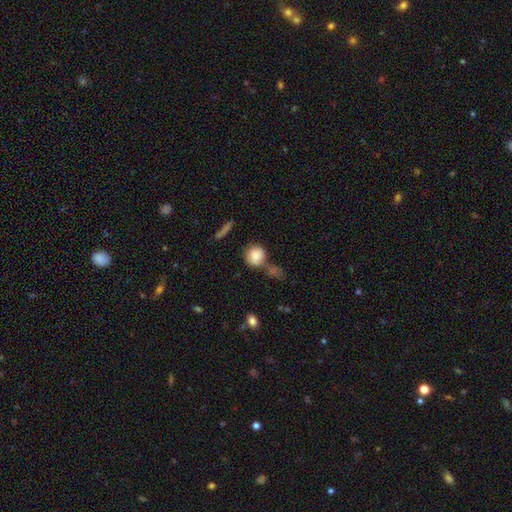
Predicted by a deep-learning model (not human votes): A smooth galaxy with no disk features (82%) that is round (83%).

Vote fractions:
- Smooth or featured? smooth: 82% / featured or disk: 9% / star or artifact: 8%
- How rounded? round: 83% / in between: 16% / cigar-shaped: 2%
- Merging? none: 55% / merger: 22% / minor disturbance: 16% / major disturbance: 6%